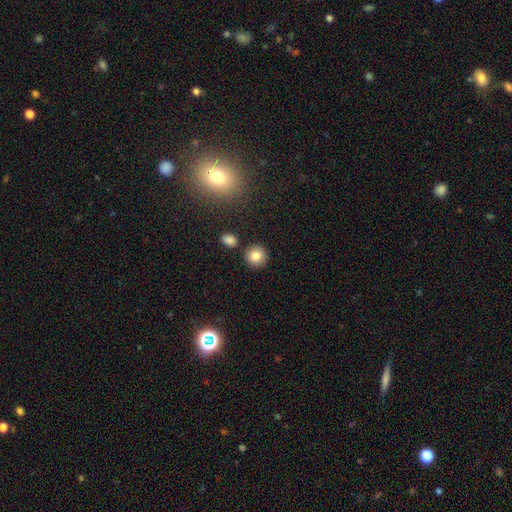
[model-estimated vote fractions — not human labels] smooth_or_featured: smooth (p=0.84) [alt: star or artifact p=0.10]
how_rounded: round (p=0.92) [alt: in between p=0.07]
merging: none (p=0.86) [alt: minor disturbance p=0.07]